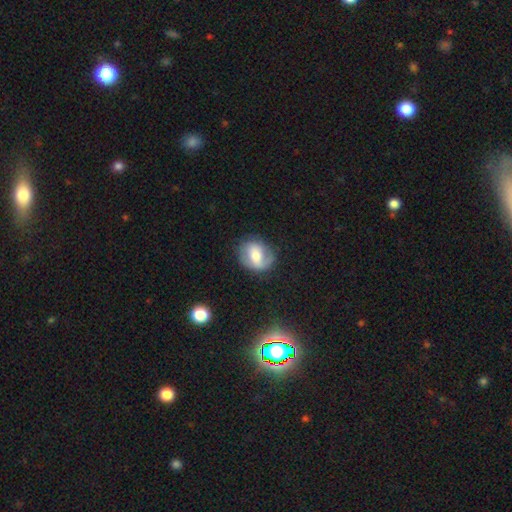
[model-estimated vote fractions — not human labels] Morphology: type=featured or disk (57%); edge-on=no (97%); bar=weak (44%); spiral arms=yes (82%); bulge=moderate (61%); merging=none (73%).